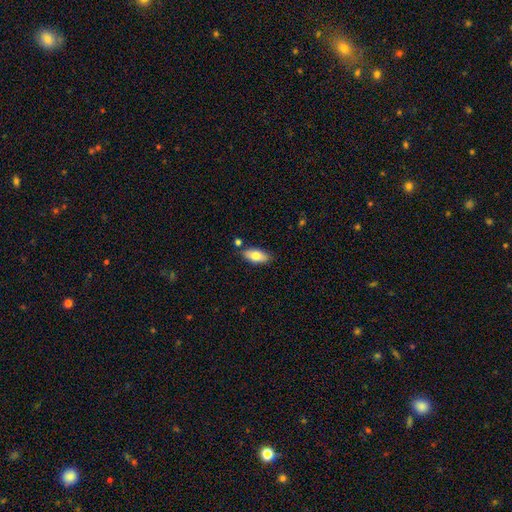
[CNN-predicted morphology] Smooth or featured? Predicted: smooth (p=0.77). How rounded? Predicted: in between (p=0.87). Merging? Predicted: none (p=0.81).